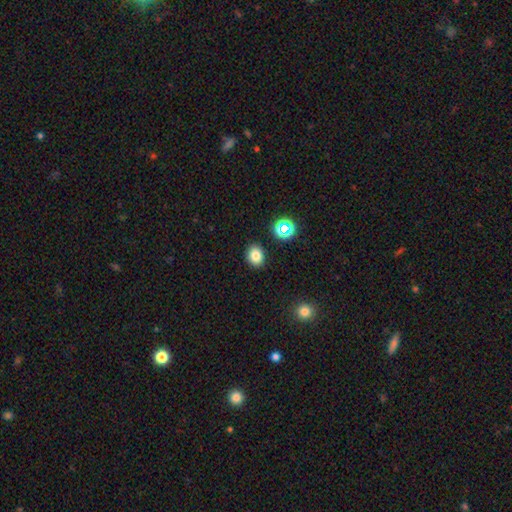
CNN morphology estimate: smooth_or_featured: smooth (p=0.79) [alt: star or artifact p=0.15]
how_rounded: round (p=0.57) [alt: in between p=0.42]
merging: none (p=0.88) [alt: minor disturbance p=0.07]